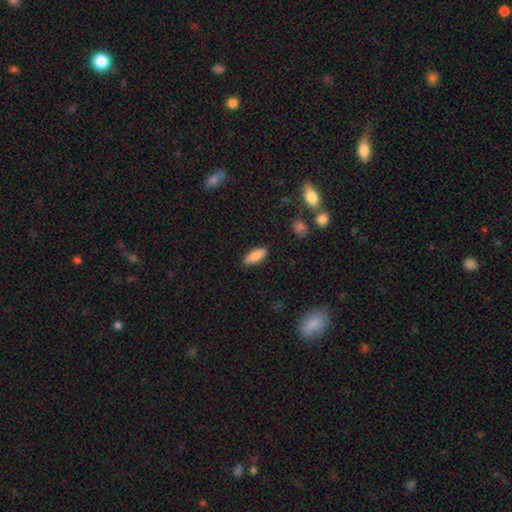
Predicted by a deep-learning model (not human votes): Smooth or featured?
  - smooth: 86% *
  - featured or disk: 7%
  - star or artifact: 6%
How rounded?
  - in between: 76% *
  - cigar-shaped: 22%
  - round: 2%
Merging?
  - none: 87% *
  - minor disturbance: 10%
  - major disturbance: 2%
  - merger: 1%